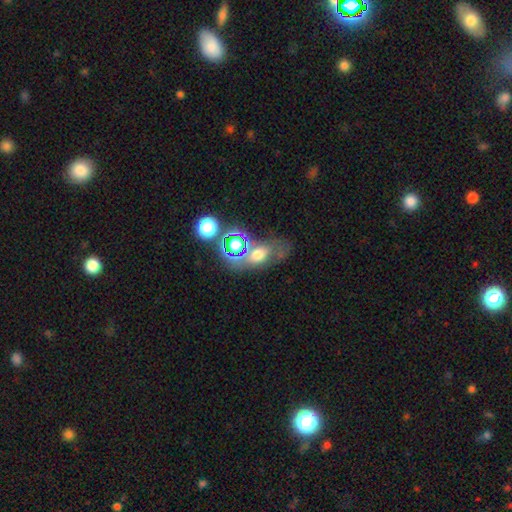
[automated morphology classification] A smooth galaxy with no disk features (54%) that is in between round and cigar-shaped (65%).

Vote fractions:
- Smooth or featured? smooth: 54% / star or artifact: 25% / featured or disk: 21%
- How rounded? in between: 65% / round: 31% / cigar-shaped: 4%
- Merging? none: 47% / merger: 22% / minor disturbance: 18% / major disturbance: 13%